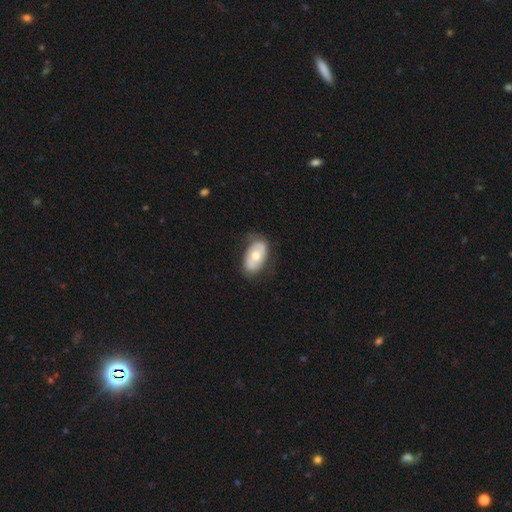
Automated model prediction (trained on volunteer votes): The model was most divided on "smooth or featured": smooth: 52%, featured or disk: 42%, star or artifact: 6%. More confident: how rounded — in between (92%); merging — none (74%).